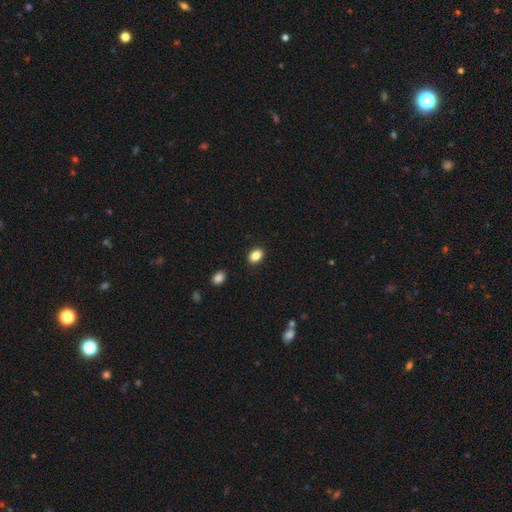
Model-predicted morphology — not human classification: smooth-or-featured: smooth: 86% | star or artifact: 9% | featured or disk: 5%
  how-rounded: in between: 78% | round: 21% | cigar-shaped: 1%
  merging: none: 89% | minor disturbance: 8% | major disturbance: 2% | merger: 1%